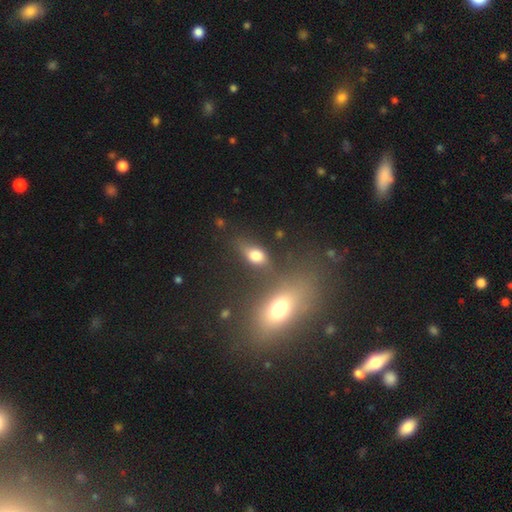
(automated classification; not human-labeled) A smooth galaxy with no disk features (69%) that is in between round and cigar-shaped (77%).

Vote fractions:
- Smooth or featured? smooth: 69% / featured or disk: 18% / star or artifact: 13%
- How rounded? in between: 77% / round: 15% / cigar-shaped: 7%
- Merging? none: 55% / minor disturbance: 19% / merger: 15% / major disturbance: 11%